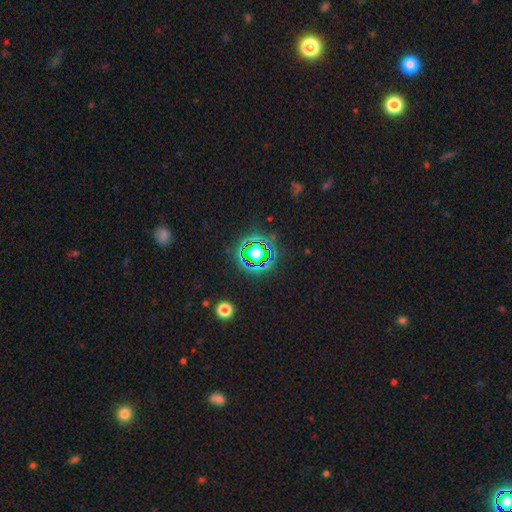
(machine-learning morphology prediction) smooth_or_featured: star or artifact (p=0.78) [alt: smooth p=0.14]